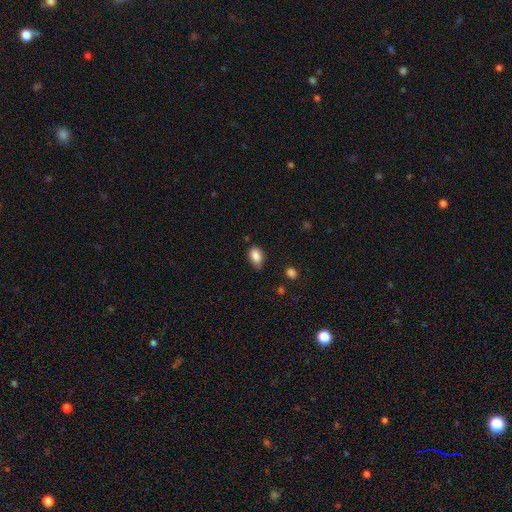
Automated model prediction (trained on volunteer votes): A smooth galaxy with no disk features (87%) that is in between round and cigar-shaped (87%). Merging: none (66%).